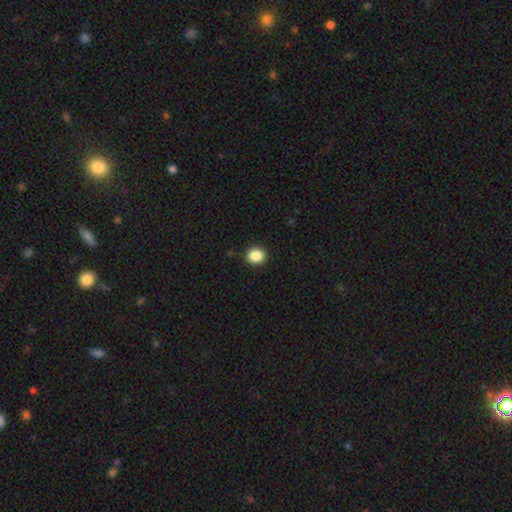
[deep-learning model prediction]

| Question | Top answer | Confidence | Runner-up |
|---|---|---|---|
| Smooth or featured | smooth | 88% | star or artifact (9%) |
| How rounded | round | 77% | in between (22%) |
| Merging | none | 91% | minor disturbance (7%) |